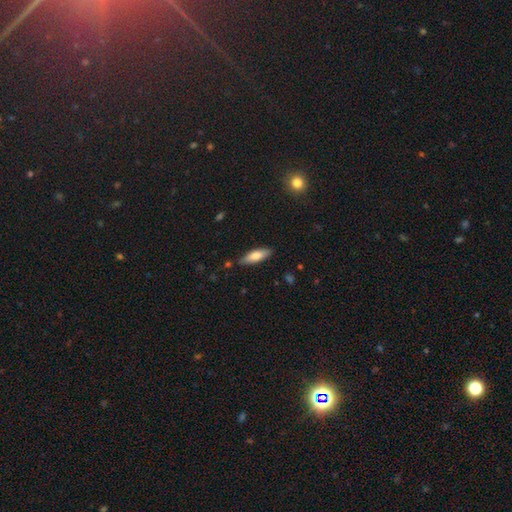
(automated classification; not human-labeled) A smooth galaxy with no disk features (73%) that is in between round and cigar-shaped (52%). Merging: none (85%).